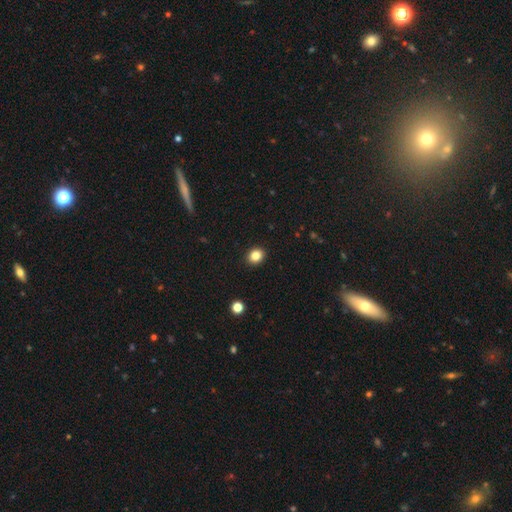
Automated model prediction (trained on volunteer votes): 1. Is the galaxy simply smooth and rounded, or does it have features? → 84% smooth, 11% star or artifact, 5% featured or disk.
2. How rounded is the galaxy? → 60% round, 39% in between, 1% cigar-shaped.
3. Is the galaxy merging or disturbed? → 92% none, 6% minor disturbance, 2% major disturbance, 1% merger.